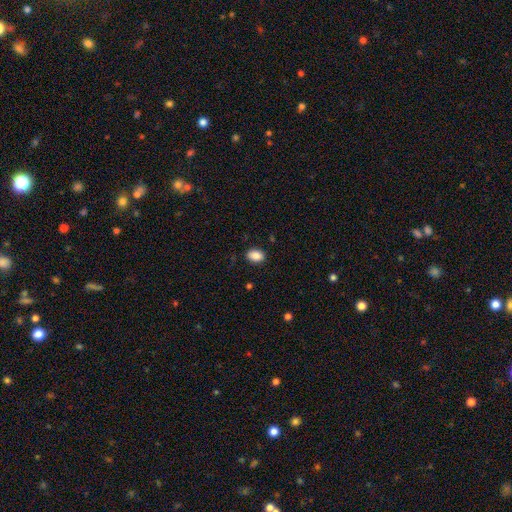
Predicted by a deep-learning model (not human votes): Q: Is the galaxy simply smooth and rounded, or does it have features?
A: smooth — 88%.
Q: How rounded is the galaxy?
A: in between — 80%.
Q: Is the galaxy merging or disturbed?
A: none — 87%.